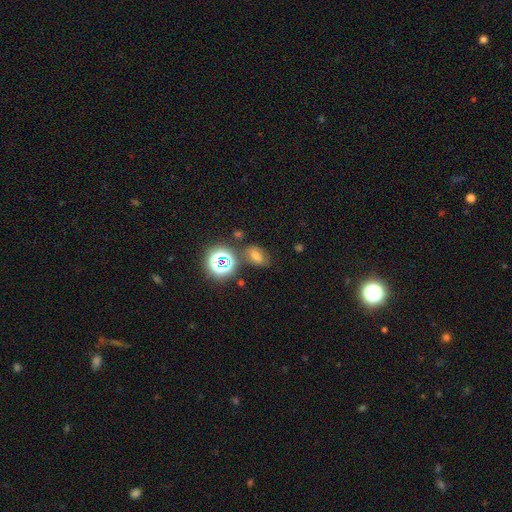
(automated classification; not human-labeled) Q: Smooth or featured?
A: smooth (56%); runner-up: star or artifact (31%)
Q: How rounded?
A: in between (75%); runner-up: round (22%)
Q: Merging?
A: none (71%); runner-up: minor disturbance (16%)